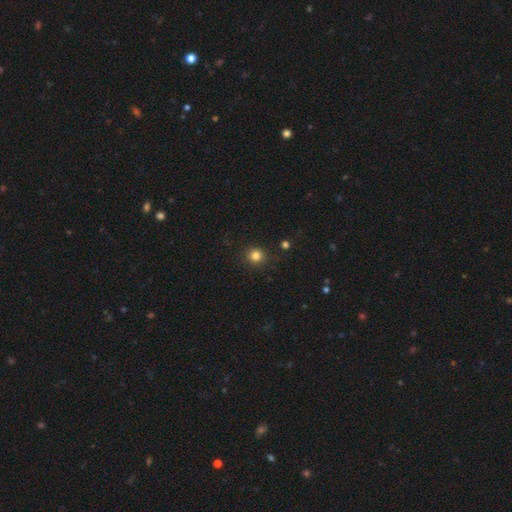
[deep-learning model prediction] This is clearly a smooth galaxy (82%). How rounded: clearly round (92%). Merging: clearly none (89%).